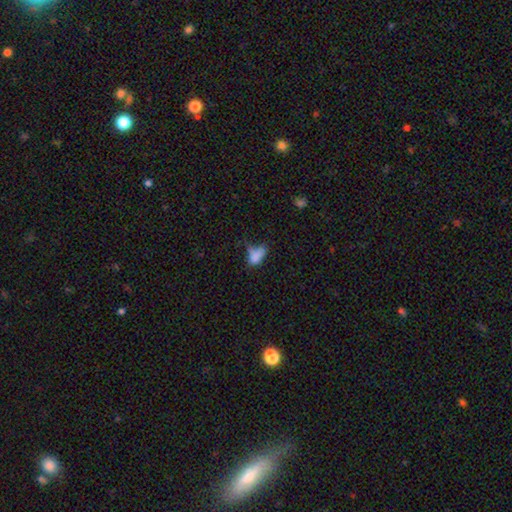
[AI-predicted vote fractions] Overall: smooth (74%). How rounded: in between (86%). Merging: major disturbance (30%; minor disturbance 28%).